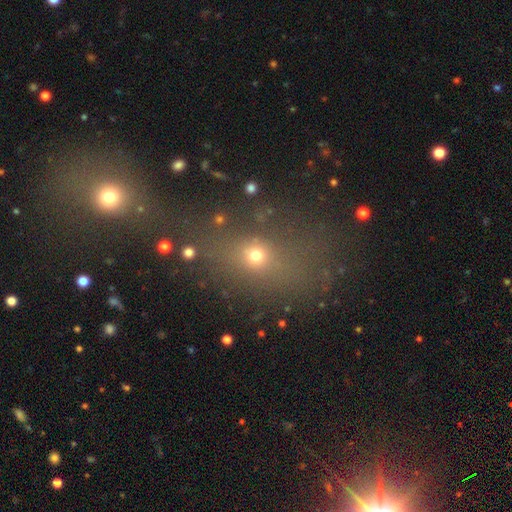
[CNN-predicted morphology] Smooth or featured? Predicted: smooth (p=0.57). How rounded? Predicted: in between (p=0.51). Merging? Predicted: none (p=0.61).